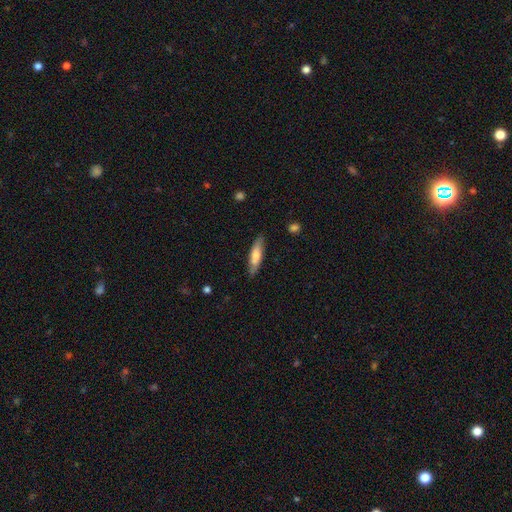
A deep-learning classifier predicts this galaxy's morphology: Smooth or featured? Predicted: smooth (p=0.67). How rounded? Predicted: cigar-shaped (p=0.69). Merging? Predicted: none (p=0.84).